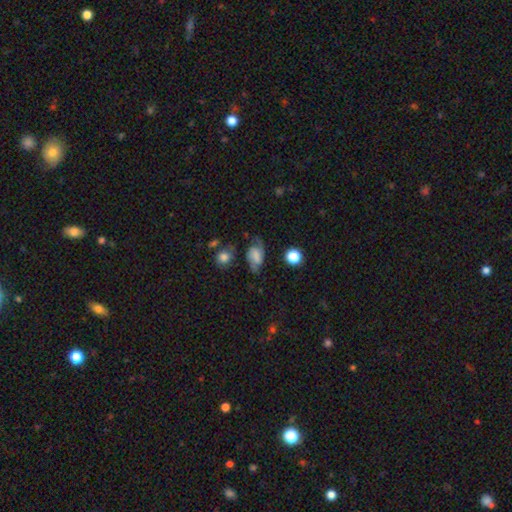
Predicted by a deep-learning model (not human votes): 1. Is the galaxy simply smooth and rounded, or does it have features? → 52% featured or disk, 37% smooth, 11% star or artifact.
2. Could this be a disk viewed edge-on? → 96% no, 4% yes.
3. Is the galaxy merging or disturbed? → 58% none, 24% minor disturbance, 14% major disturbance, 4% merger.